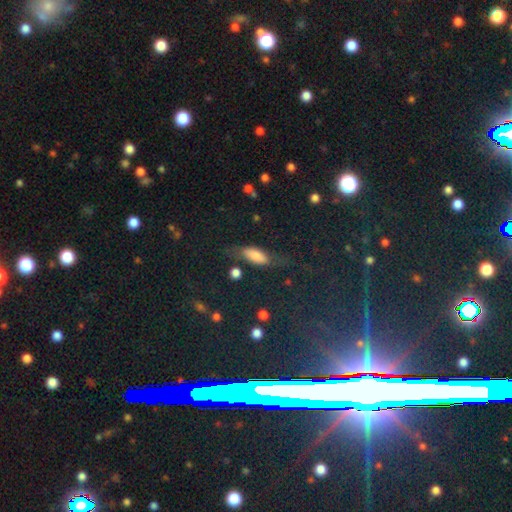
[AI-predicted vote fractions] smooth_or_featured: smooth (p=0.74) [alt: featured or disk p=0.15]
how_rounded: in between (p=0.72) [alt: cigar-shaped p=0.23]
merging: none (p=0.56) [alt: minor disturbance p=0.26]